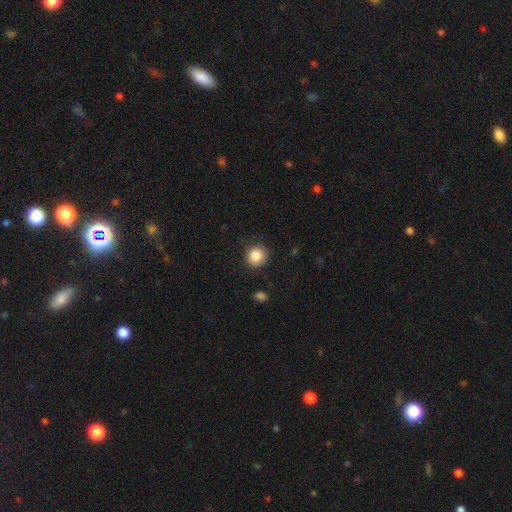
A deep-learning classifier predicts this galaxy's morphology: type=smooth (86%); roundness=round (92%); merging=none (85%).